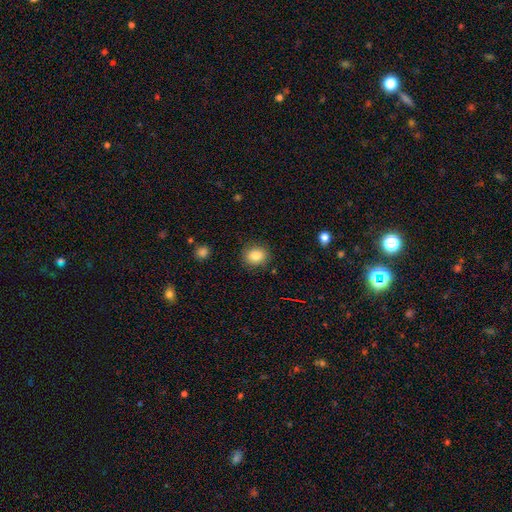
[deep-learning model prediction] This is clearly a smooth galaxy (84%). How rounded: likely round (67%). Merging: clearly none (87%).